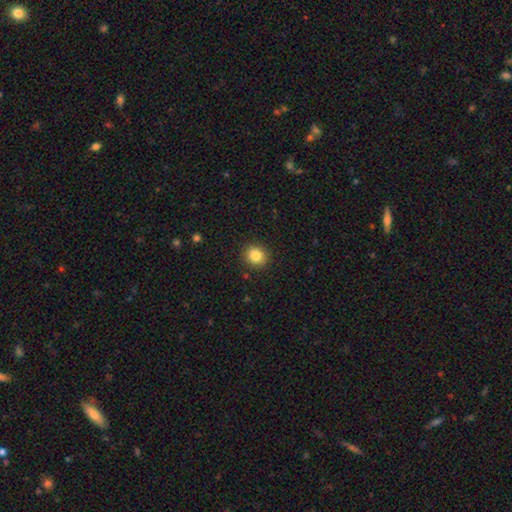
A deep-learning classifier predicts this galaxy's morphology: Overall: smooth (84%). How rounded: round (81%). Merging: none (91%).